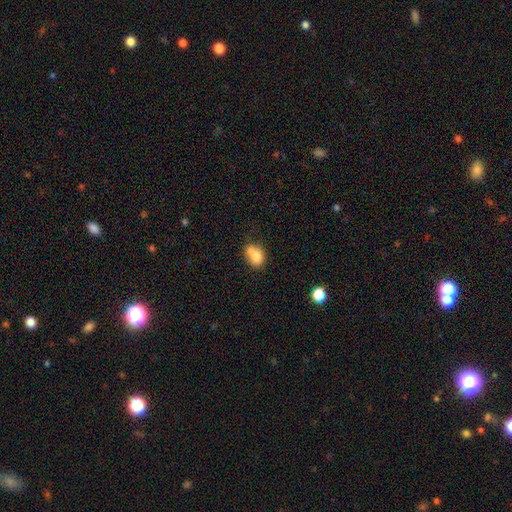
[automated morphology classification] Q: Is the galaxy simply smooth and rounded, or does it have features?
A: smooth — 77%.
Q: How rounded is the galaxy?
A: in between — 56%.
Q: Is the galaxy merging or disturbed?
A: none — 39%.